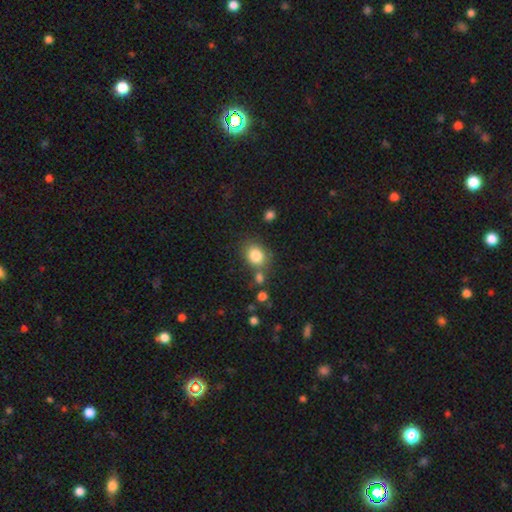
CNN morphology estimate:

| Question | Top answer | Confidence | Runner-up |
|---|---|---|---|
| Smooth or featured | smooth | 83% | star or artifact (10%) |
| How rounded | in between | 50% | round (49%) |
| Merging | none | 68% | minor disturbance (14%) |